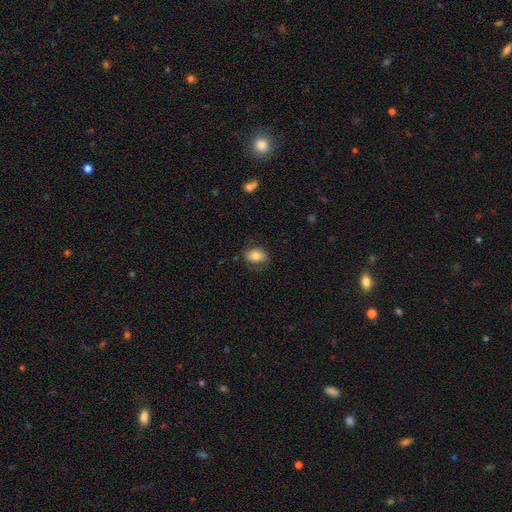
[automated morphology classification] Overall: smooth (78%). How rounded: in between (72%). Merging: none (77%).